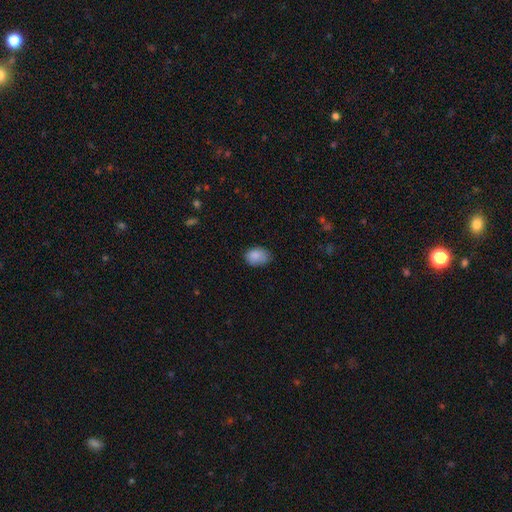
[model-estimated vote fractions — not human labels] The model was most divided on "merging": none: 63%, minor disturbance: 29%, major disturbance: 6%, merger: 1%. More confident: smooth or featured — smooth (85%); how rounded — in between (77%).